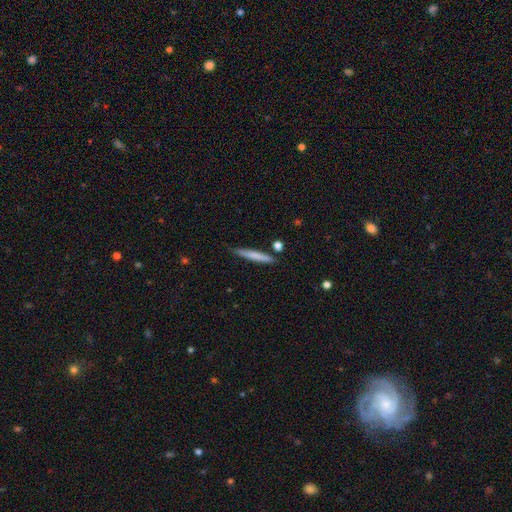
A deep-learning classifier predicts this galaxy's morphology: smooth-or-featured: smooth: 71% | featured or disk: 23% | star or artifact: 6%
  how-rounded: cigar-shaped: 95% | in between: 4% | round: 1%
  merging: none: 78% | minor disturbance: 15% | merger: 4% | major disturbance: 3%